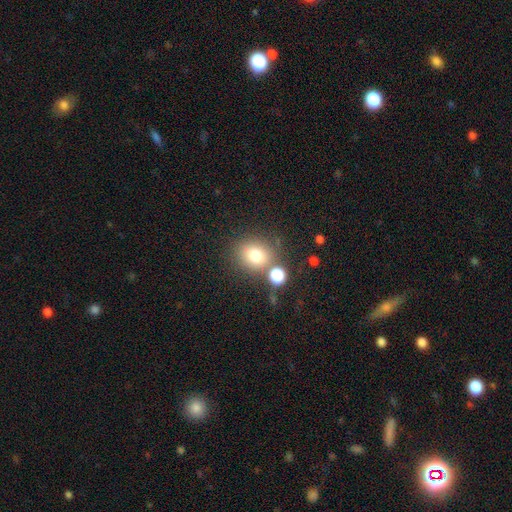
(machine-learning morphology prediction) Q: Smooth or featured?
A: smooth (74%); runner-up: star or artifact (16%)
Q: How rounded?
A: round (76%); runner-up: in between (22%)
Q: Merging?
A: none (70%); runner-up: merger (13%)